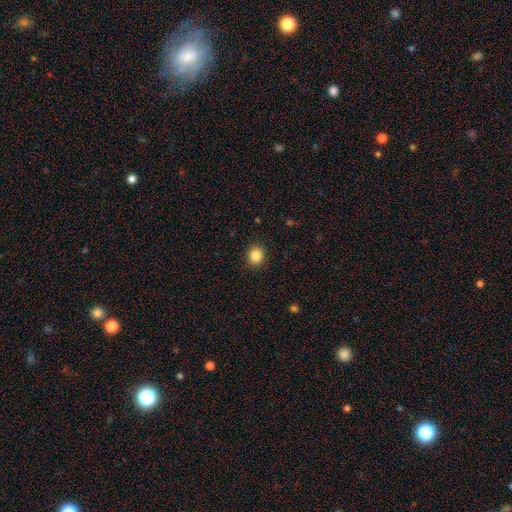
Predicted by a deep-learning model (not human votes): This appears to be a smooth galaxy with no disk features (86%) that is round (74%). Merging: none (90%).